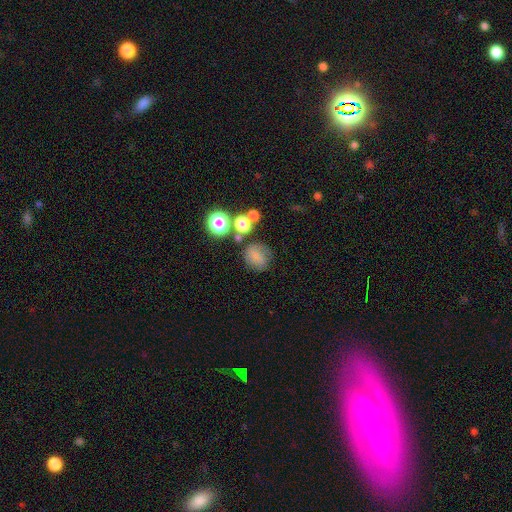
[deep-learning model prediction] Morphology: type=smooth (68%); roundness=round (73%); merging=none (61%).